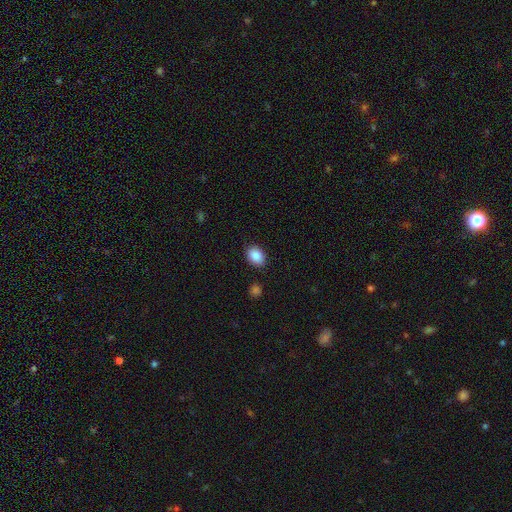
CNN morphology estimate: A smooth galaxy with no disk features (88%) that is in between round and cigar-shaped (70%). Merging: none (86%).